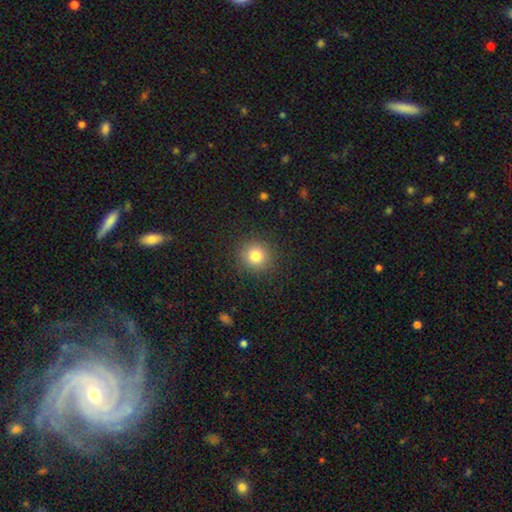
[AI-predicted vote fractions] The model was most divided on "smooth or featured": smooth: 81%, star or artifact: 12%, featured or disk: 7%. More confident: how rounded — round (91%); merging — none (90%).